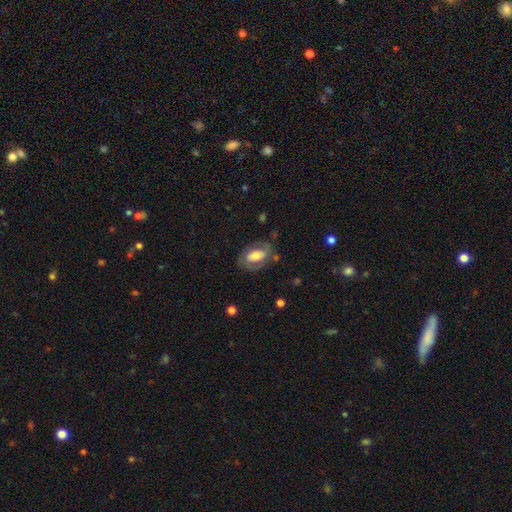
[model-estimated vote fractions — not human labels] A featured or disk galaxy (49%).

Vote fractions:
- Smooth or featured? featured or disk: 49% / smooth: 44% / star or artifact: 7%
- Merging? none: 68% / minor disturbance: 19% / major disturbance: 11% / merger: 2%